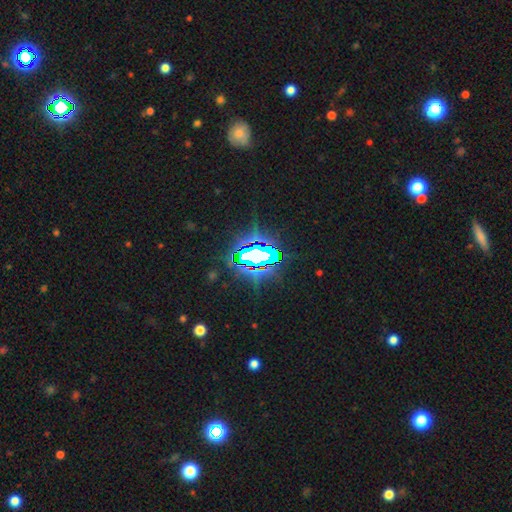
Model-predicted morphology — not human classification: Smooth or featured? star or artifact (74%)